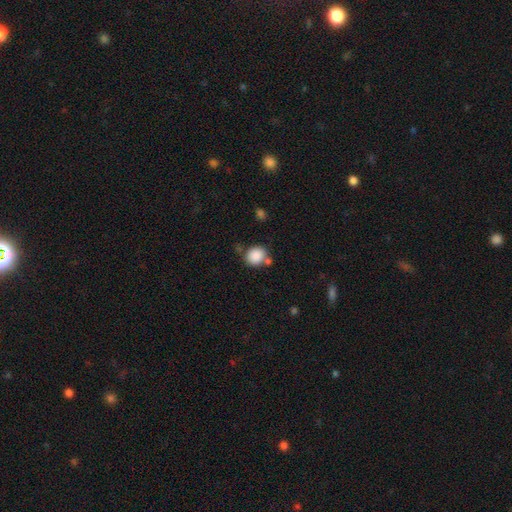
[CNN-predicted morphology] Q: Smooth or featured?
A: smooth (87%); runner-up: star or artifact (9%)
Q: How rounded?
A: round (74%); runner-up: in between (25%)
Q: Merging?
A: none (67%); runner-up: merger (15%)